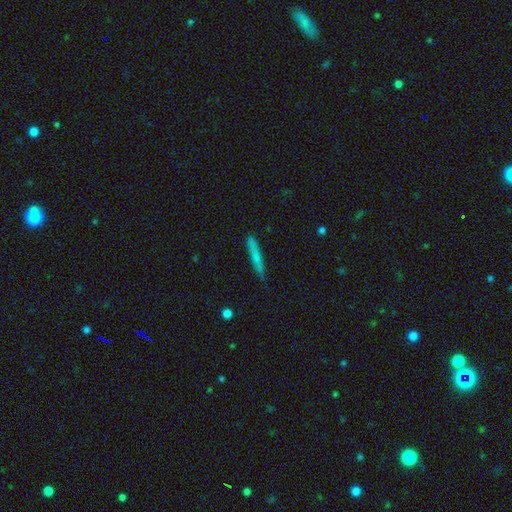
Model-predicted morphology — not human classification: This appears to be a smooth galaxy with no disk features (65%) that is cigar-shaped (94%). Merging: none (85%).